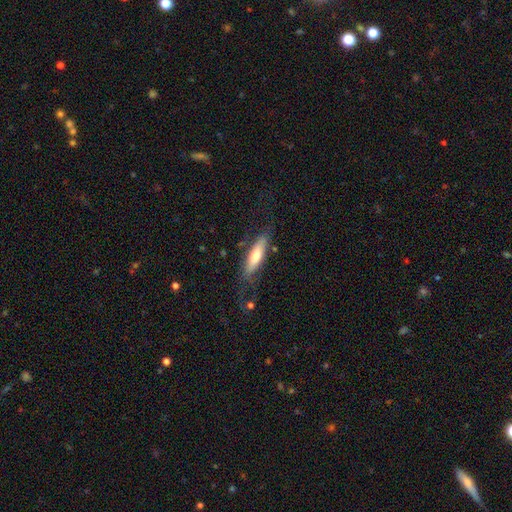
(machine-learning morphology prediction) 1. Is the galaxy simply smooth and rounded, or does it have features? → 60% smooth, 34% featured or disk, 6% star or artifact.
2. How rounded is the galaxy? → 66% cigar-shaped, 32% in between, 2% round.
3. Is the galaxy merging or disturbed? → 68% none, 20% minor disturbance, 10% major disturbance, 2% merger.